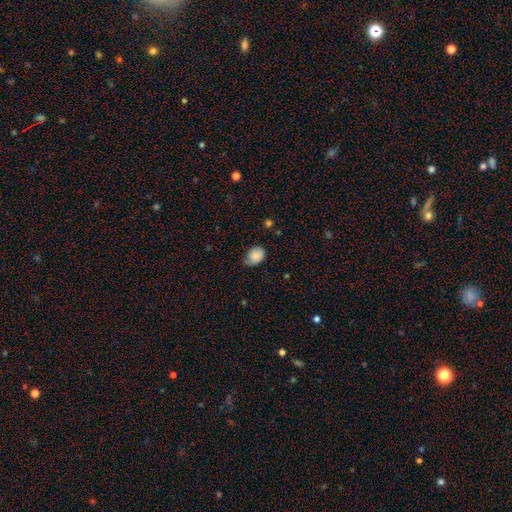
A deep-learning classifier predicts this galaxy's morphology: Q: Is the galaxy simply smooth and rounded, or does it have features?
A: smooth — 82%.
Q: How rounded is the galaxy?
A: in between — 67%.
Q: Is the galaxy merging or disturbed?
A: none — 51%.